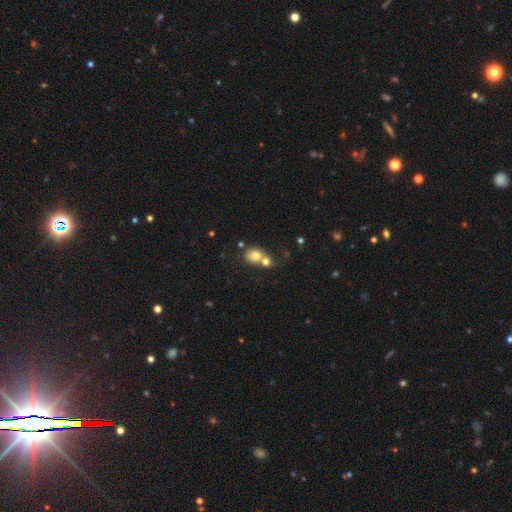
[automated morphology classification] The model was most divided on "merging": merger: 60%, none: 29%, minor disturbance: 7%, major disturbance: 4%. More confident: smooth or featured — smooth (75%); how rounded — round (65%).